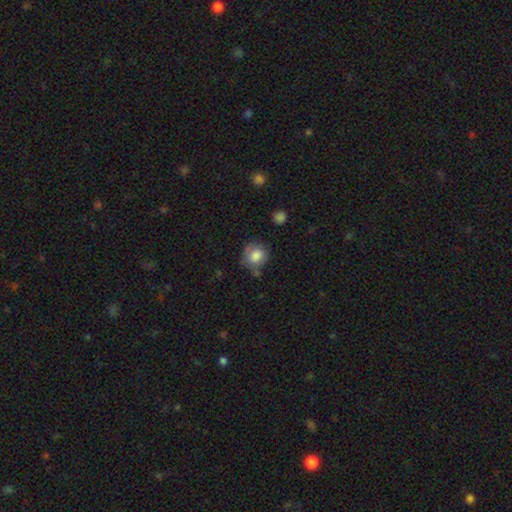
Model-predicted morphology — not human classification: This is clearly a smooth galaxy (80%). How rounded: likely round (79%). Merging: likely none (62%).